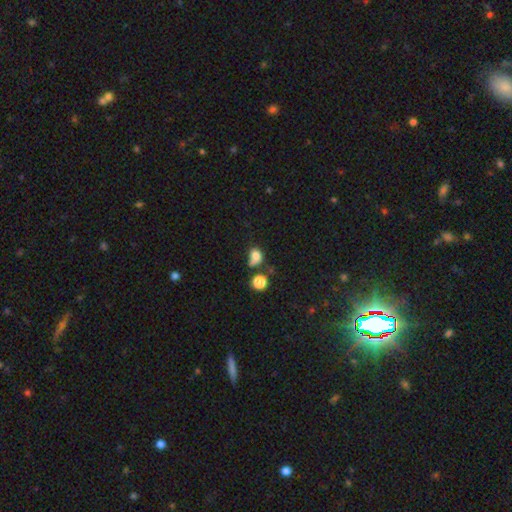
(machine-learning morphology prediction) The model was most divided on "how rounded": round: 50%, in between: 49%, cigar-shaped: 1%. Remaining: smooth or featured — smooth (76%); merging — none (34%).